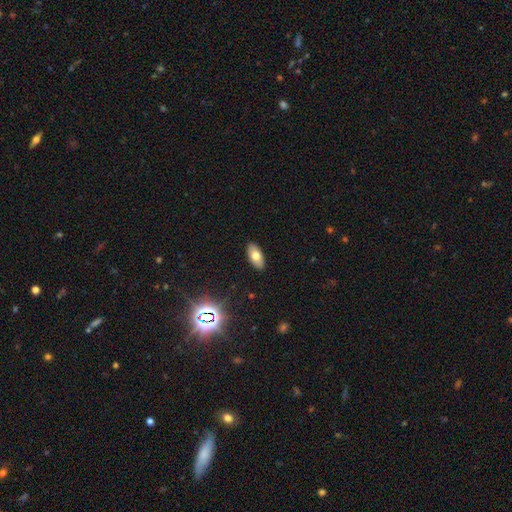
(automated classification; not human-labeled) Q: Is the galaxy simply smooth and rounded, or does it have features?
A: smooth — 71%.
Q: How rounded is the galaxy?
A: in between — 92%.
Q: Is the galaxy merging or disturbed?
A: none — 89%.